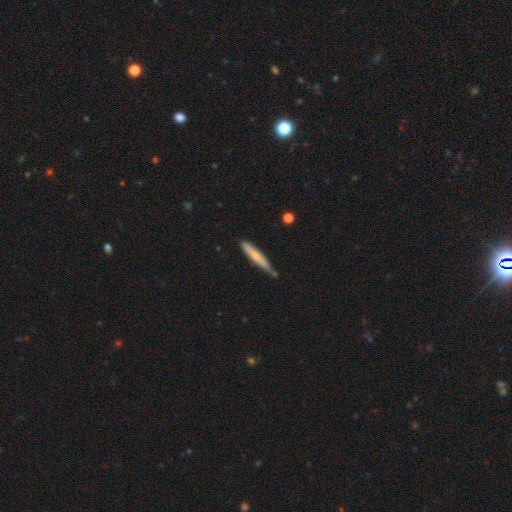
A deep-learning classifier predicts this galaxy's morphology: Overall: smooth (57%; featured or disk 37%). How rounded: cigar-shaped (94%). Merging: none (72%).